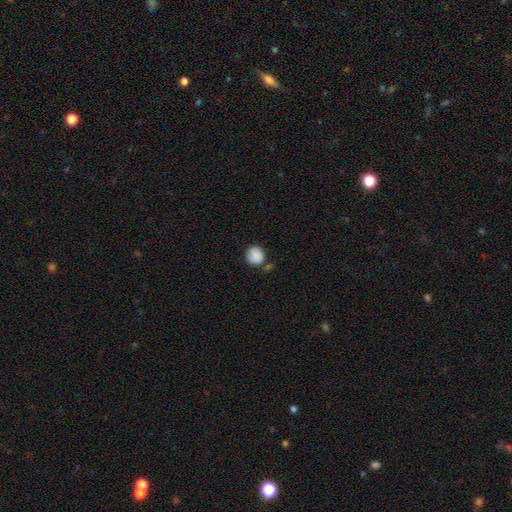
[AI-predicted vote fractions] Smooth or featured: smooth — 87% (star or artifact — 8%)
How rounded: round — 78% (in between — 21%)
Merging: none — 64% (minor disturbance — 20%)